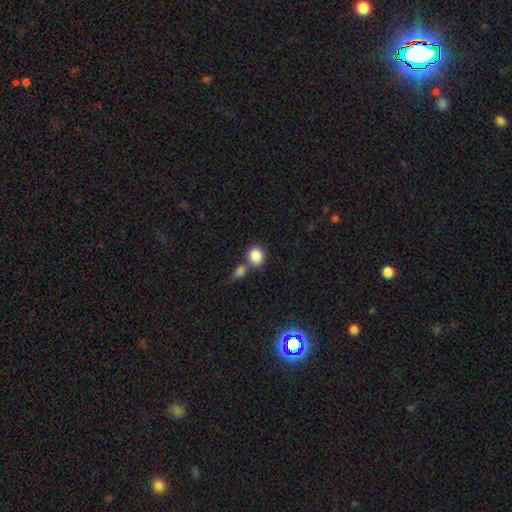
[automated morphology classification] Smooth or featured: smooth — 86% (star or artifact — 9%)
How rounded: round — 81% (in between — 18%)
Merging: none — 55% (merger — 31%)